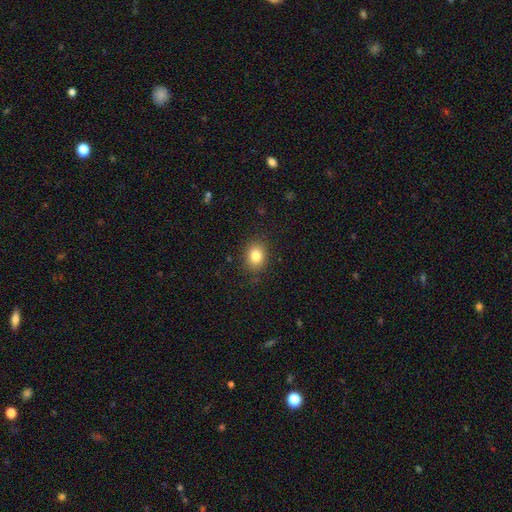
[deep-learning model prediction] This is clearly a smooth galaxy (83%). How rounded: possibly round (52%). Merging: clearly none (87%).